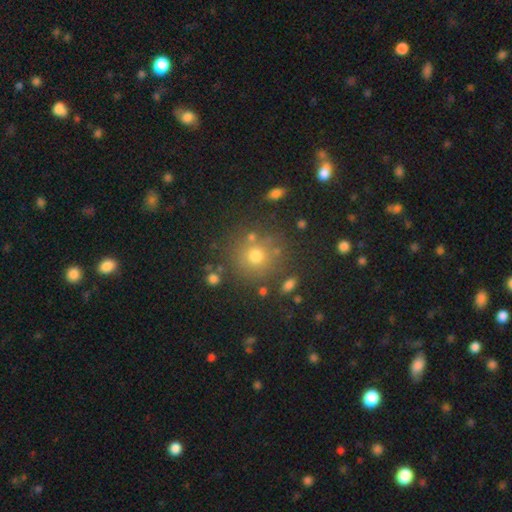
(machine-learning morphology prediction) A smooth galaxy with no disk features (71%) that is round (92%).

Vote fractions:
- Smooth or featured? smooth: 71% / star or artifact: 18% / featured or disk: 10%
- How rounded? round: 92% / in between: 7% / cigar-shaped: 1%
- Merging? none: 80% / minor disturbance: 9% / merger: 6% / major disturbance: 4%